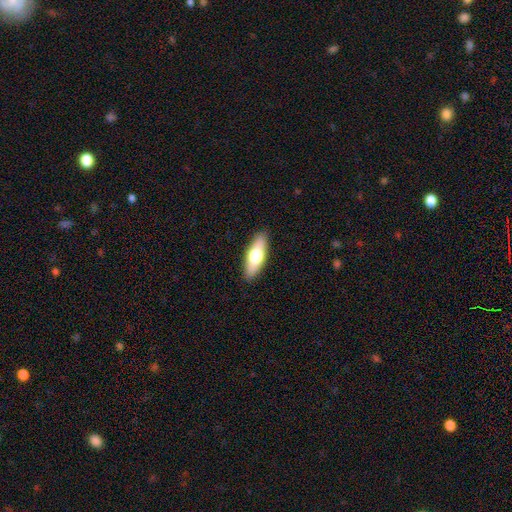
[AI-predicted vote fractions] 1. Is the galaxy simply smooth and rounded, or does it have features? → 63% smooth, 31% featured or disk, 6% star or artifact.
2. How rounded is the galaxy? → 59% in between, 39% cigar-shaped, 2% round.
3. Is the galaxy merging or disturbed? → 89% none, 8% minor disturbance, 2% major disturbance, 1% merger.